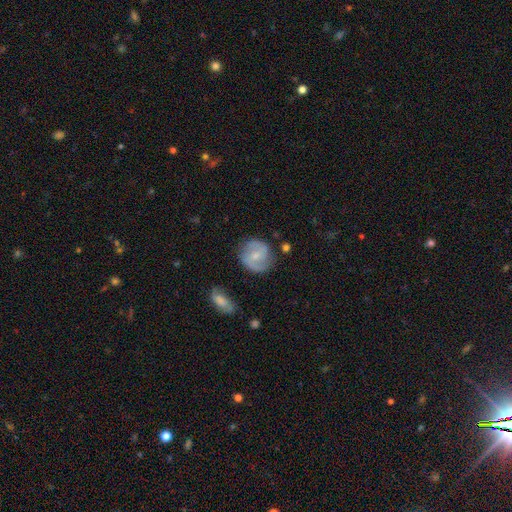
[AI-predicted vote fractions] A featured or disk galaxy (65%) with a weak bar (45%), 2 (84%) medium (48%) spiral arms (87%) and a small central bulge (57%). Merging: none (77%).